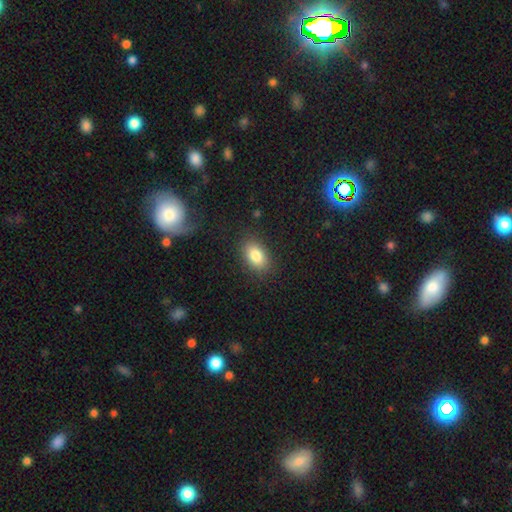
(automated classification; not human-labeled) smooth 83%, star or artifact 8%, featured or disk 8%. Down the decision tree: how rounded — in between (85%); merging — none (86%).